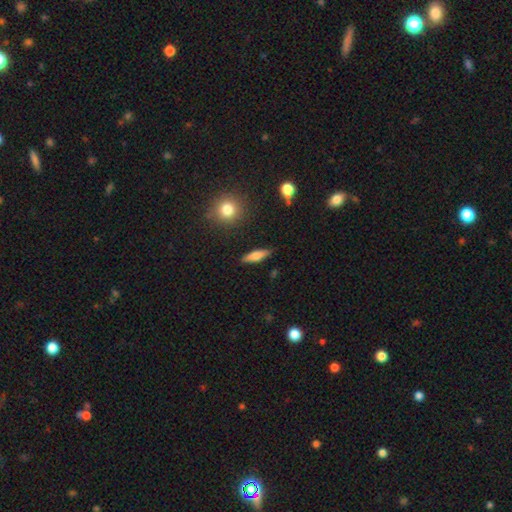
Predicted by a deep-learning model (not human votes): This is likely a smooth galaxy (64%). How rounded: possibly cigar-shaped (58%). Merging: clearly none (87%).